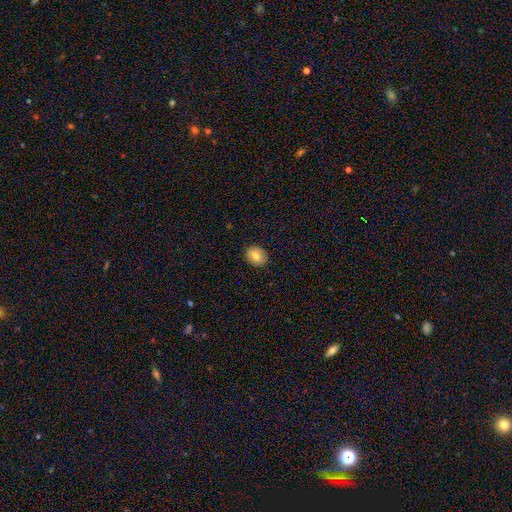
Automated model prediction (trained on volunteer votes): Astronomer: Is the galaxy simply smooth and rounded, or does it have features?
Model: smooth — 74%.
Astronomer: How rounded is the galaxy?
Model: in between — 53% (runner-up: round, 46%).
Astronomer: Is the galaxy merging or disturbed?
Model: none — 88%.